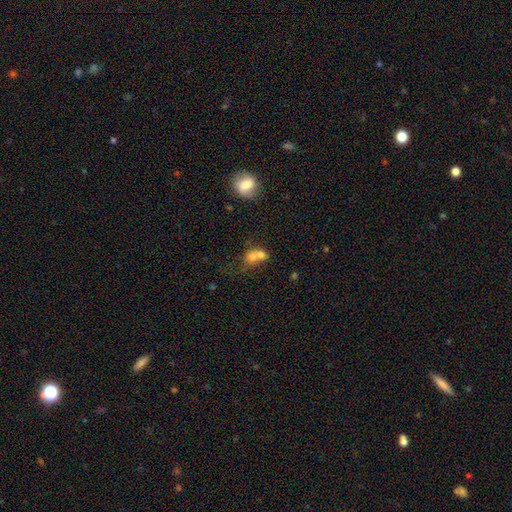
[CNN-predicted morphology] smooth_or_featured: smooth (p=0.68) [alt: featured or disk p=0.19]
how_rounded: round (p=0.65) [alt: in between p=0.34]
merging: merger (p=0.66) [alt: none p=0.21]